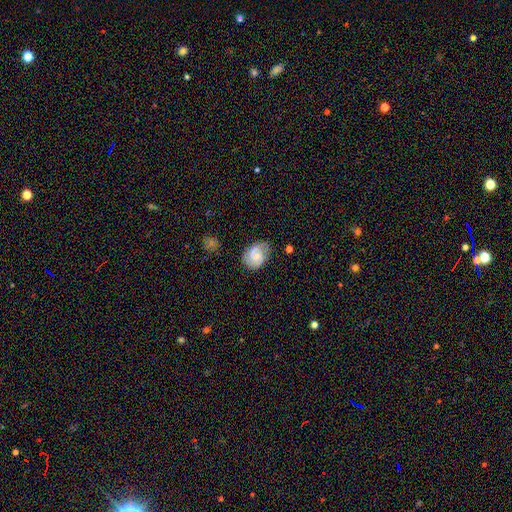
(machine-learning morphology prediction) featured or disk 48%, smooth 44%, star or artifact 8%. Down the decision tree: merging — none (66%).